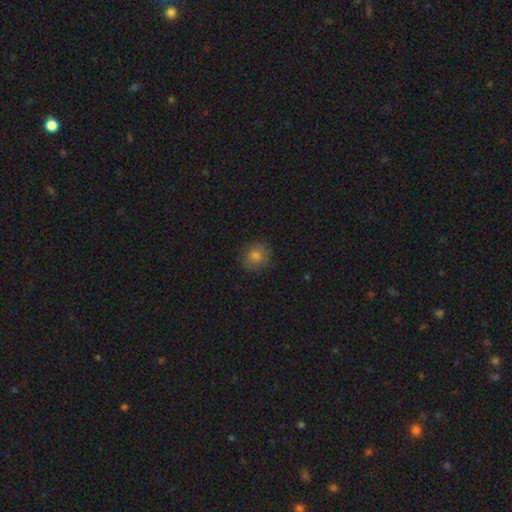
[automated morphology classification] smooth 80%, star or artifact 13%, featured or disk 7%. Down the decision tree: how rounded — round (85%); merging — none (88%).